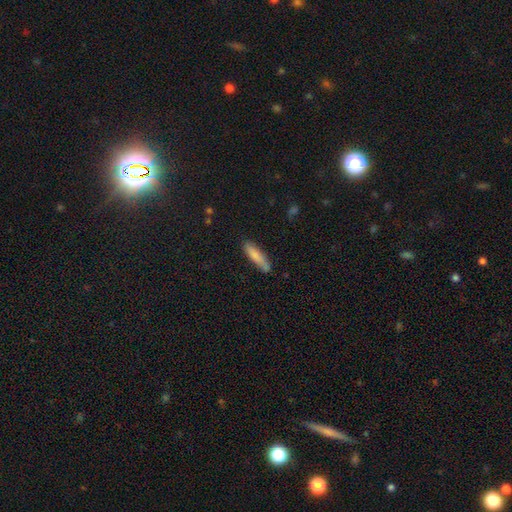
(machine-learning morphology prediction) Smooth or featured?
  - smooth: 82% *
  - featured or disk: 12%
  - star or artifact: 6%
How rounded?
  - cigar-shaped: 74% *
  - in between: 25%
  - round: 1%
Merging?
  - none: 77% *
  - minor disturbance: 17%
  - major disturbance: 3%
  - merger: 2%